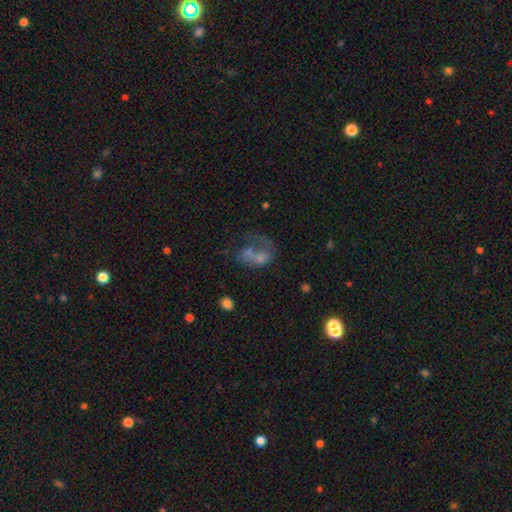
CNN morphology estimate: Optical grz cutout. It shows a smooth galaxy with no disk features (43%). Merging: merger (40%).